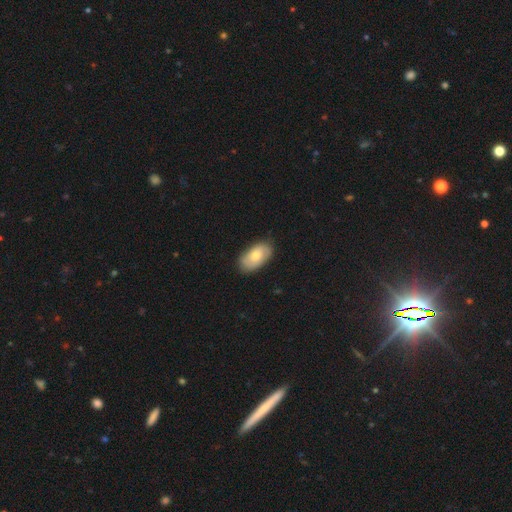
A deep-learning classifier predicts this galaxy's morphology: smooth-or-featured: smooth: 66% | featured or disk: 28% | star or artifact: 6%
  how-rounded: in between: 93% | round: 5% | cigar-shaped: 2%
  merging: none: 80% | minor disturbance: 16% | major disturbance: 3% | merger: 1%